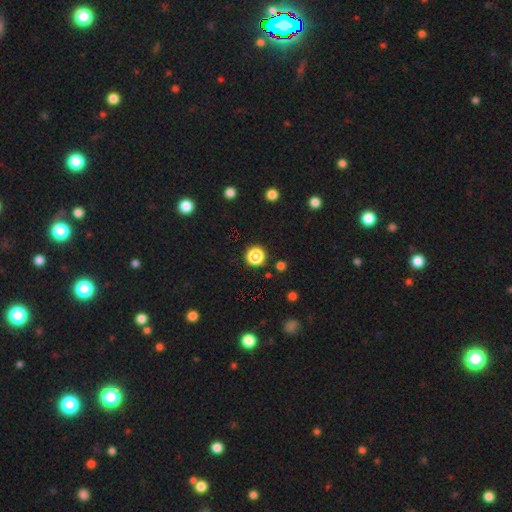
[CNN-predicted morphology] This is likely a smooth galaxy (66%). How rounded: clearly round (92%). Merging: clearly none (87%).